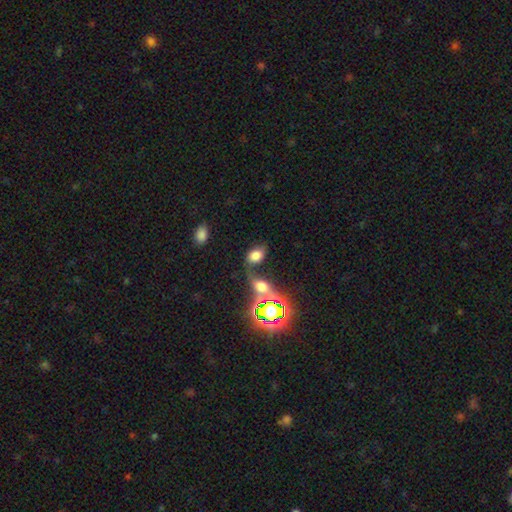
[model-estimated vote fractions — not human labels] This appears to be a smooth galaxy with no disk features (64%) that is in between round and cigar-shaped (82%). Merging: none (40%).